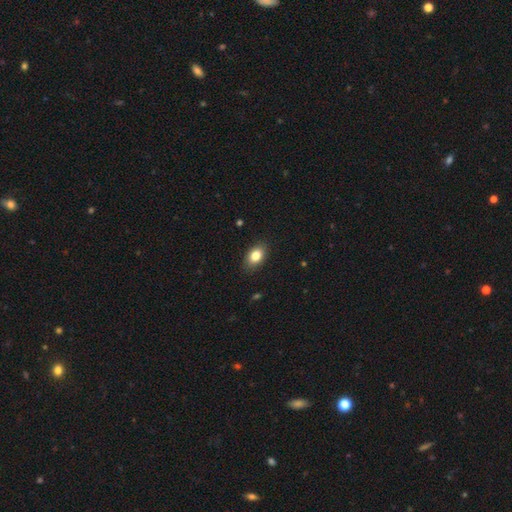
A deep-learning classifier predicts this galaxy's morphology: A smooth galaxy with no disk features (83%) that is in between round and cigar-shaped (86%).

Vote fractions:
- Smooth or featured? smooth: 83% / featured or disk: 9% / star or artifact: 8%
- How rounded? in between: 86% / round: 13% / cigar-shaped: 2%
- Merging? none: 87% / minor disturbance: 10% / major disturbance: 2% / merger: 1%